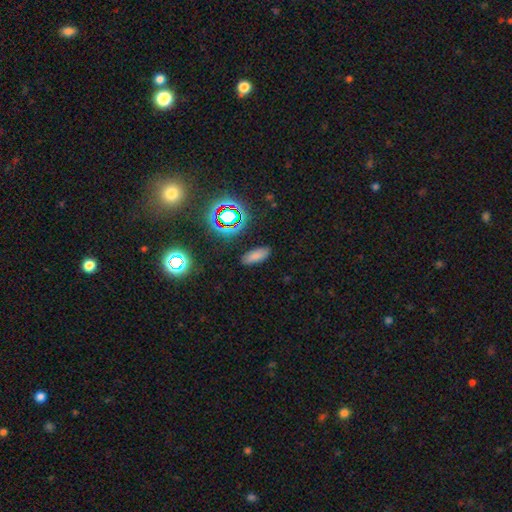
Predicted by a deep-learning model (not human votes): This is likely a smooth galaxy (73%). How rounded: likely in between (74%). Merging: clearly none (87%).